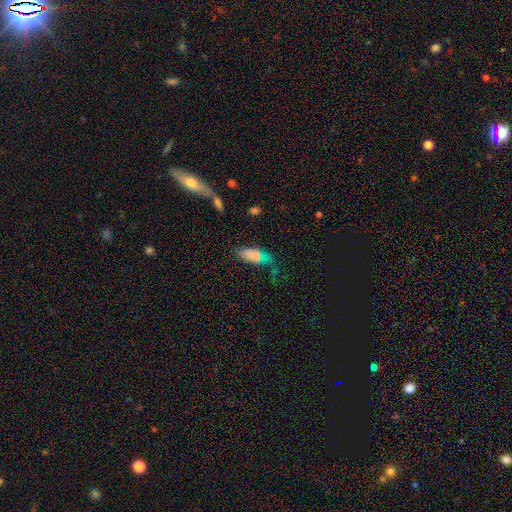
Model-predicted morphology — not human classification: Smooth or featured?
  - smooth: 74% *
  - featured or disk: 15%
  - star or artifact: 10%
How rounded?
  - in between: 76% *
  - cigar-shaped: 21%
  - round: 3%
Merging?
  - none: 38% *
  - minor disturbance: 29%
  - major disturbance: 21%
  - merger: 12%